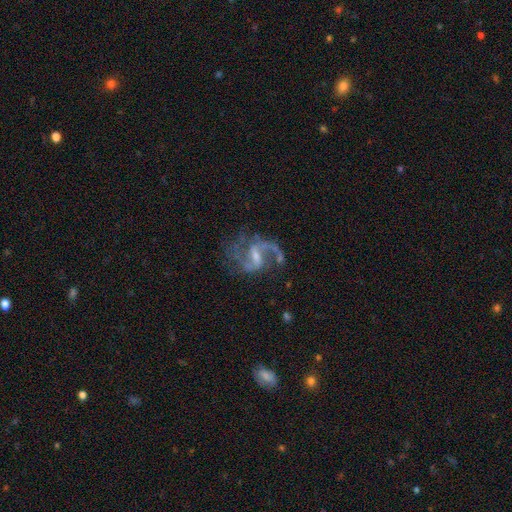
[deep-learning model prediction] Overall: featured or disk (88%). Edge-on disk: no (98%). Bar: weak (54%; strong 31%). Spiral arms: yes (95%). Spiral arm count: 2 (82%). Spiral winding: loose (52%; medium 41%). Bulge size: small (51%; moderate 27%). Merging: none (56%; major disturbance 23%).